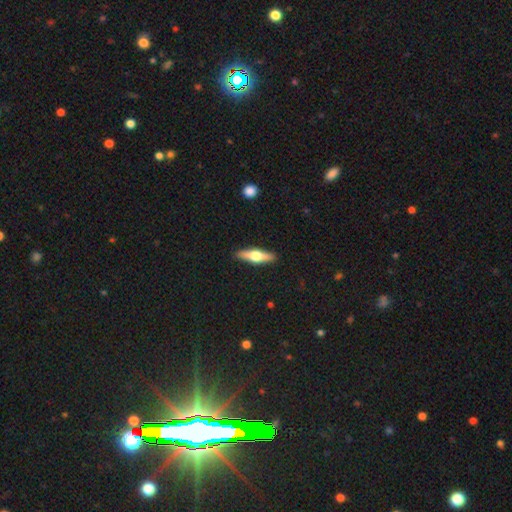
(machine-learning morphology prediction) Smooth or featured: featured or disk — 59% (smooth — 36%)
Edge-on disk: yes — 95% (no — 5%)
Edge-on bulge: rounded — 95% (boxy — 3%)
Merging: none — 91% (minor disturbance — 7%)